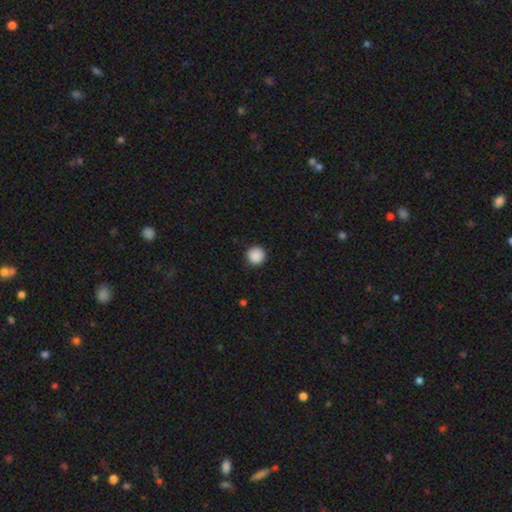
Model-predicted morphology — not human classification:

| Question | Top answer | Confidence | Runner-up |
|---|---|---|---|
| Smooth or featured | smooth | 89% | star or artifact (9%) |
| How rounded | round | 96% | in between (3%) |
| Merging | none | 92% | minor disturbance (5%) |